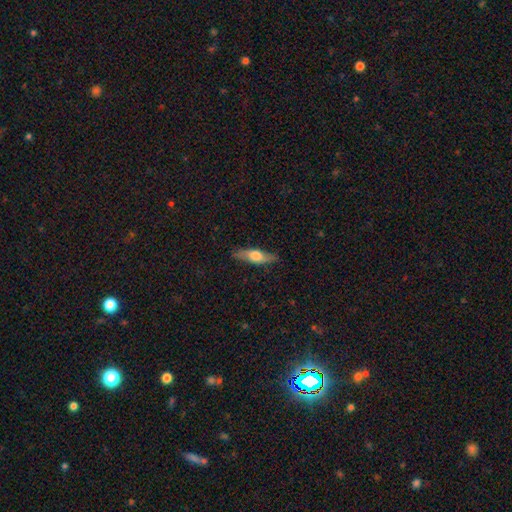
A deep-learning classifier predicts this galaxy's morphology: The model was most divided on "smooth or featured": smooth: 51%, featured or disk: 43%, star or artifact: 6%. More confident: merging — none (83%); how rounded — cigar-shaped (54%).